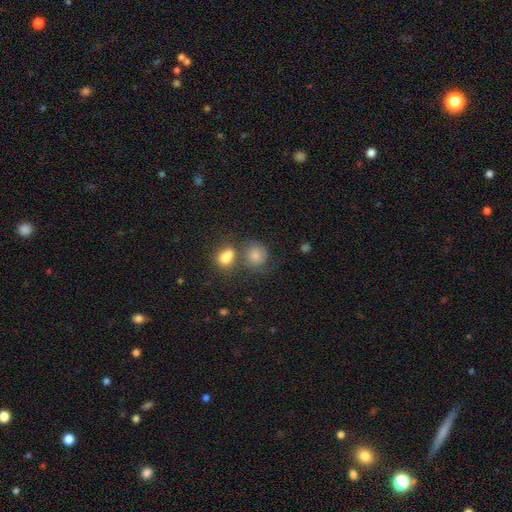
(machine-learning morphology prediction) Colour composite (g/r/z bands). It shows a smooth galaxy with no disk features (77%) that is round (77%). Merging: none (50%).